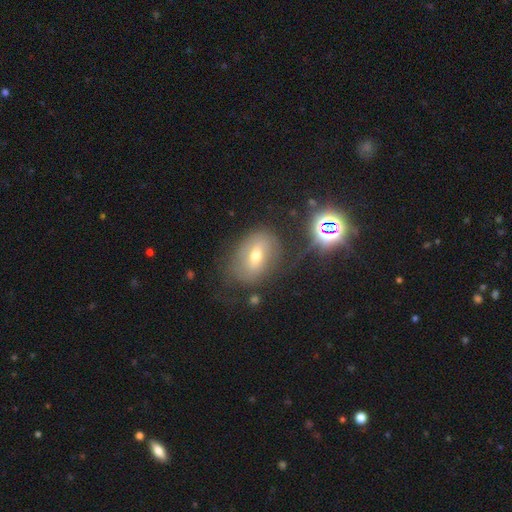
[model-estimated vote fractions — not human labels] Smooth or featured? featured or disk (45%)
Merging? none (62%)